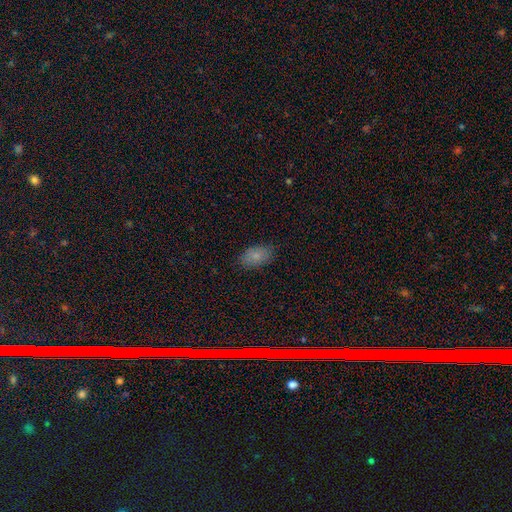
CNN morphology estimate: This is clearly a smooth galaxy (84%). How rounded: clearly in between (92%). Merging: clearly none (84%).